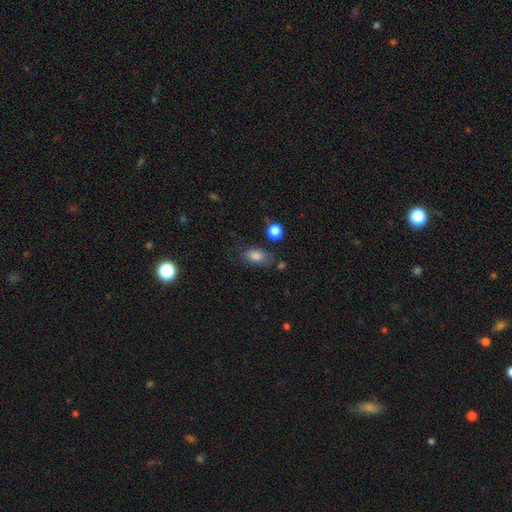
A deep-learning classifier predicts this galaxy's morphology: A smooth galaxy with no disk features (83%) that is in between round and cigar-shaped (85%). Merging: none (67%).